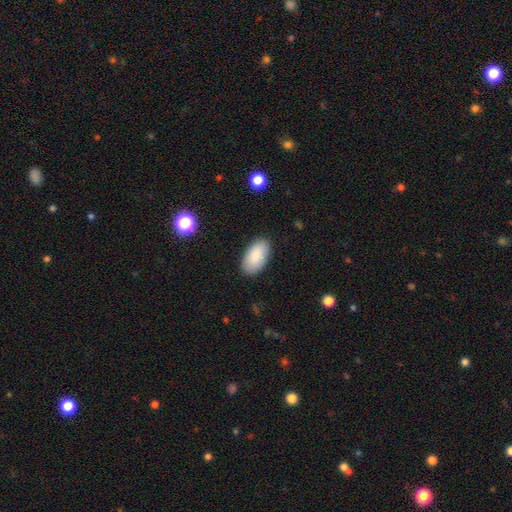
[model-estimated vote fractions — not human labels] smooth 88%, star or artifact 6%, featured or disk 6%. Down the decision tree: how rounded — in between (96%); merging — none (87%).